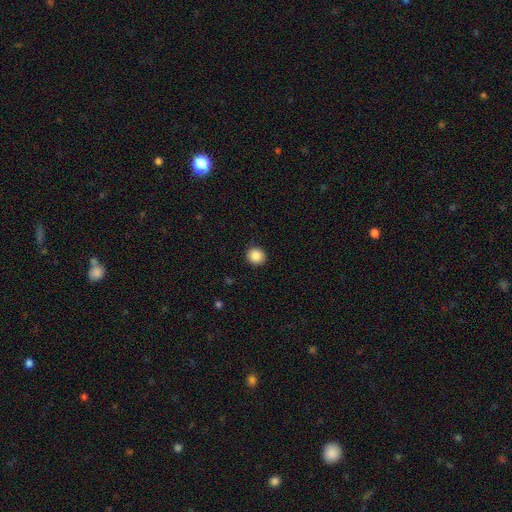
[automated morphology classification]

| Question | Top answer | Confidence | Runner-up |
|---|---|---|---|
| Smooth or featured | smooth | 88% | star or artifact (9%) |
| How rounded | round | 88% | in between (12%) |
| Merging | none | 92% | minor disturbance (6%) |